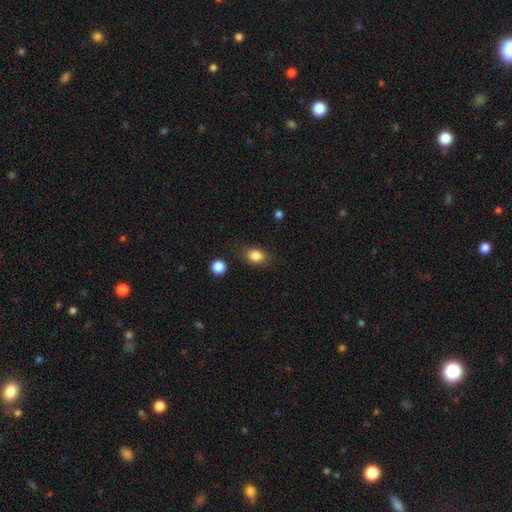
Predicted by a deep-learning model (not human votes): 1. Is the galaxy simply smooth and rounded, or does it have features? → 84% smooth, 9% star or artifact, 7% featured or disk.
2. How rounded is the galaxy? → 73% in between, 26% round, 2% cigar-shaped.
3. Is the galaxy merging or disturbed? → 79% none, 15% minor disturbance, 4% major disturbance, 2% merger.